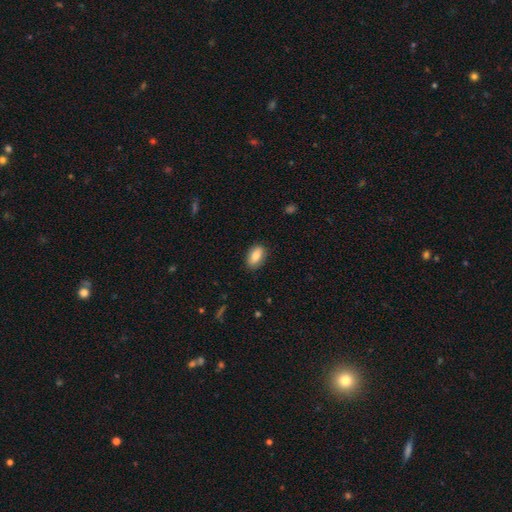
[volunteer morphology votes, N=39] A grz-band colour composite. It shows a smooth galaxy with no disk features (87%) that is in between round and cigar-shaped (85%). Merging: none (86%).